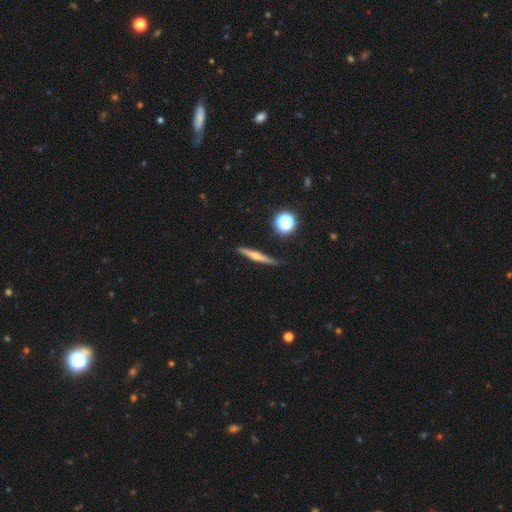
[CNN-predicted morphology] This appears to be a featured or disk galaxy (59%) viewed edge-on (97%) with a rounded central bulge (83%). Merging: none (90%).